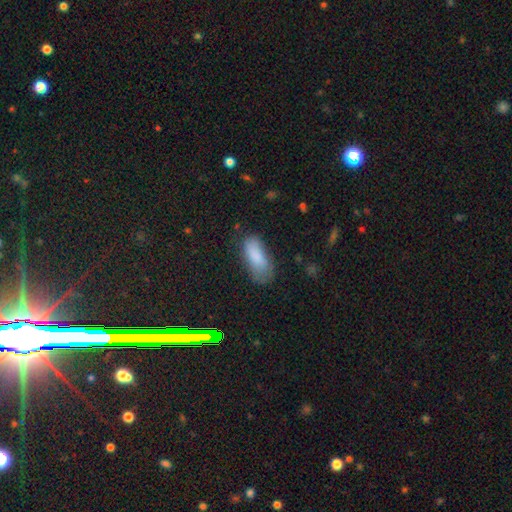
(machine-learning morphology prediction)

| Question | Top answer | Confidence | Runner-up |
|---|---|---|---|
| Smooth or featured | smooth | 82% | featured or disk (9%) |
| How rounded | in between | 80% | cigar-shaped (18%) |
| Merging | none | 56% | minor disturbance (29%) |